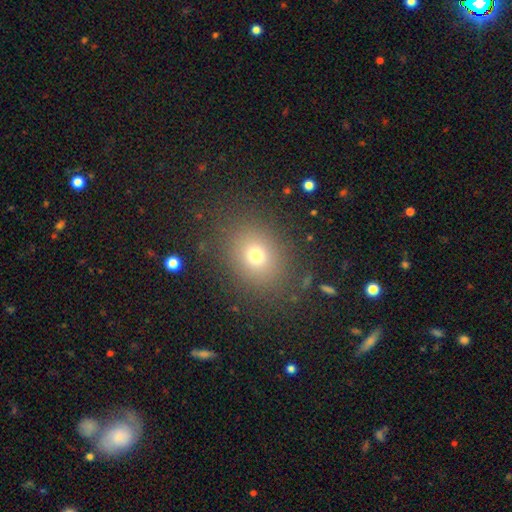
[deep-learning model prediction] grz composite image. It shows a smooth galaxy with no disk features (72%) that is round (57%). Merging: none (84%).